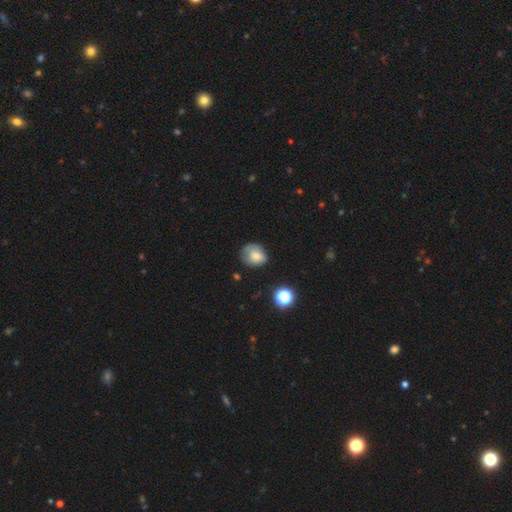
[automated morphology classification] Smooth or featured: smooth — 71% (featured or disk — 19%)
How rounded: round — 63% (in between — 36%)
Merging: none — 52% (minor disturbance — 33%)